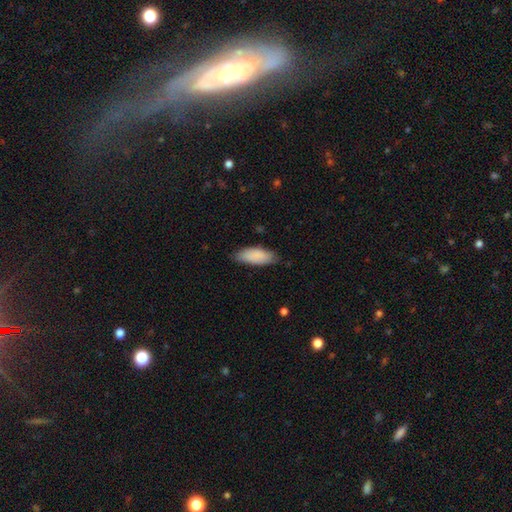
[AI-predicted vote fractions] smooth 86%, featured or disk 8%, star or artifact 6%. Down the decision tree: how rounded — in between (78%); merging — none (75%).